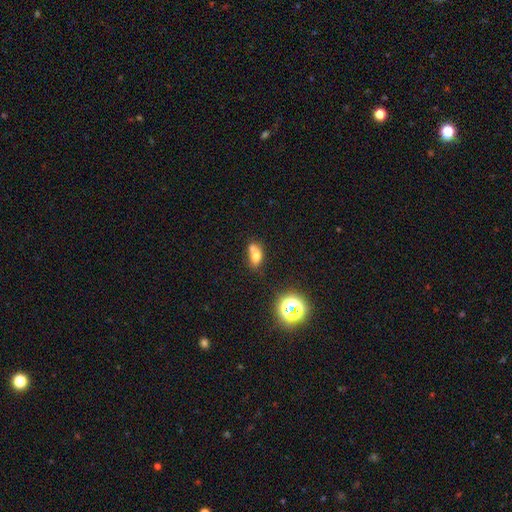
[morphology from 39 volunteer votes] Smooth or featured? smooth (56%)
How rounded? in between (59%)
Merging? merger (58%)